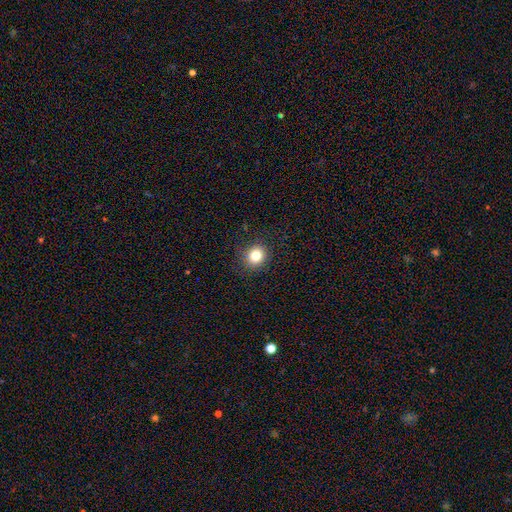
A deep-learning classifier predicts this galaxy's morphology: Smooth or featured?
  - smooth: 82% *
  - star or artifact: 12%
  - featured or disk: 6%
How rounded?
  - round: 84% *
  - in between: 16%
  - cigar-shaped: 1%
Merging?
  - none: 90% *
  - minor disturbance: 7%
  - major disturbance: 2%
  - merger: 1%